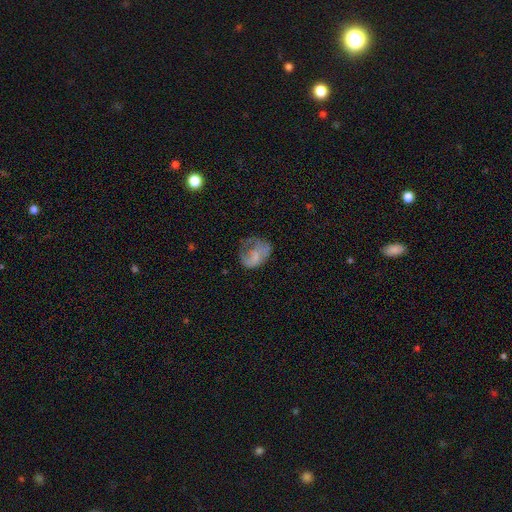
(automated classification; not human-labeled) A smooth galaxy with no disk features (52%) that is in between round and cigar-shaped (61%).

Vote fractions:
- Smooth or featured? smooth: 52% / featured or disk: 38% / star or artifact: 10%
- How rounded? in between: 61% / round: 37% / cigar-shaped: 1%
- Merging? major disturbance: 37% / none: 33% / minor disturbance: 28% / merger: 2%